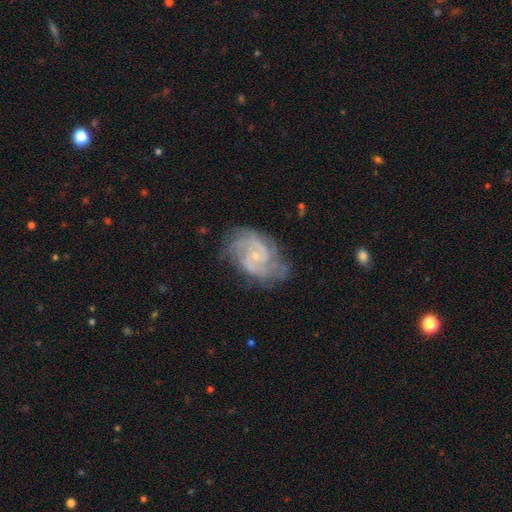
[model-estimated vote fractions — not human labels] Smooth or featured: featured or disk — 88% (smooth — 6%)
Edge-on disk: no — 98% (yes — 2%)
Bar: no — 61% (weak — 33%)
Spiral arms: yes — 97% (no — 3%)
Spiral winding: tight — 46% (medium — 44%)
Spiral arm count: 2 — 55% (3 — 16%)
Bulge size: small — 79% (moderate — 16%)
Merging: none — 69% (minor disturbance — 21%)